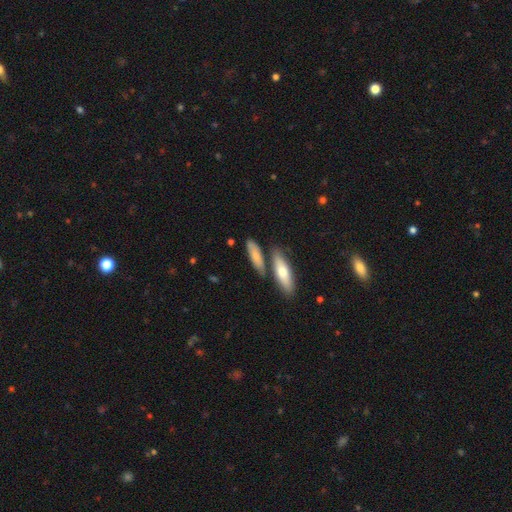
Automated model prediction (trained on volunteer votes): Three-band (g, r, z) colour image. It shows a smooth galaxy with no disk features (74%) that is cigar-shaped (55%). Merging: none (65%).